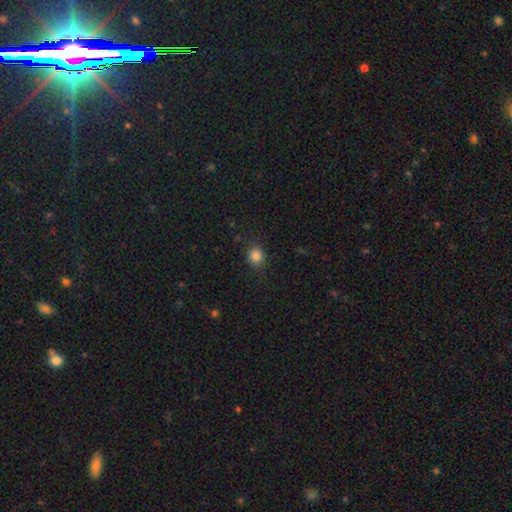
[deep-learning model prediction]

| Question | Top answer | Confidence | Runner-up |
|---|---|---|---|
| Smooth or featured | smooth | 83% | star or artifact (12%) |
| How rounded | round | 72% | in between (27%) |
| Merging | none | 86% | minor disturbance (10%) |